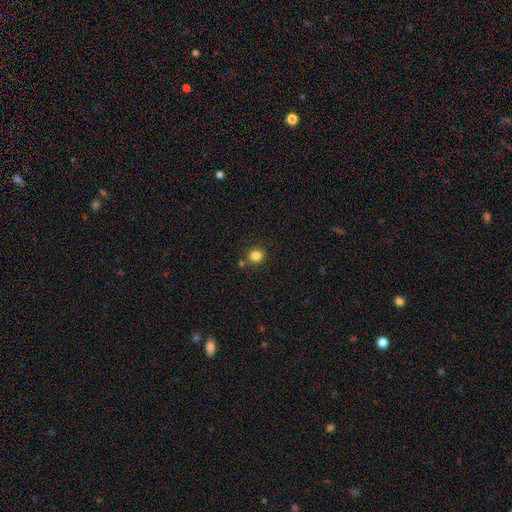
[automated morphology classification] A smooth galaxy with no disk features (84%) that is round (87%). Merging: none (83%).